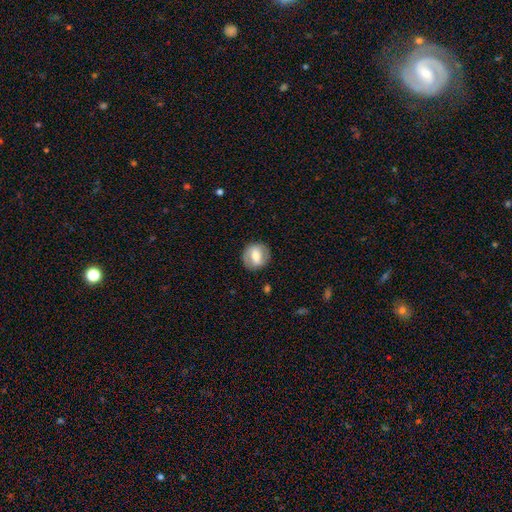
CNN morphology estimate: smooth-or-featured: smooth: 52% | featured or disk: 41% | star or artifact: 7%
  how-rounded: round: 78% | in between: 21% | cigar-shaped: 1%
  merging: none: 84% | minor disturbance: 11% | major disturbance: 4% | merger: 1%